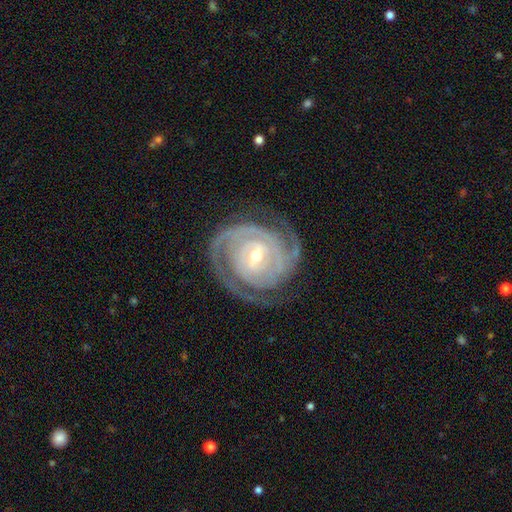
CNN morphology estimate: Q: Smooth or featured?
A: featured or disk (91%); runner-up: star or artifact (5%)
Q: Edge-on disk?
A: no (97%); runner-up: yes (3%)
Q: Bar?
A: weak (48%); runner-up: no (27%)
Q: Spiral arms?
A: yes (98%); runner-up: no (2%)
Q: Spiral winding?
A: tight (79%); runner-up: medium (18%)
Q: Spiral arm count?
A: 2 (58%); runner-up: 3 (16%)
Q: Bulge size?
A: small (54%); runner-up: moderate (42%)
Q: Merging?
A: none (78%); runner-up: minor disturbance (14%)